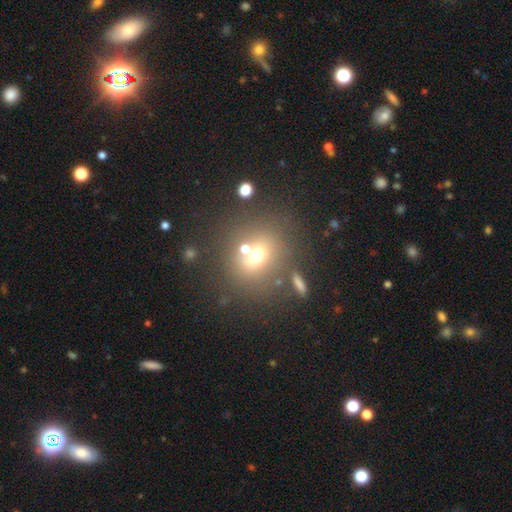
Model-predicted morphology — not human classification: Smooth or featured? smooth (63%)
How rounded? round (71%)
Merging? none (58%)